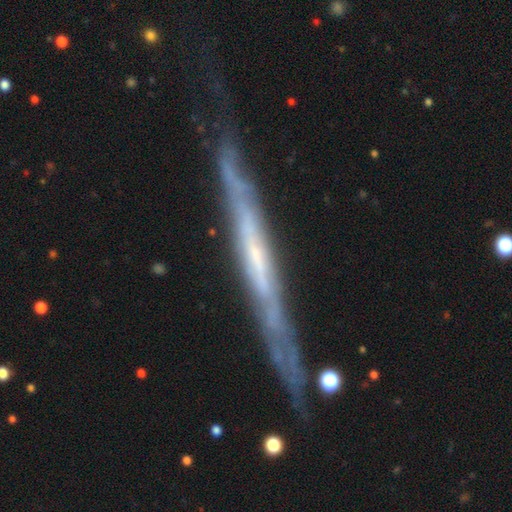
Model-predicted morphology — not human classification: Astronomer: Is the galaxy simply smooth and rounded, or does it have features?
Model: featured or disk — 78%.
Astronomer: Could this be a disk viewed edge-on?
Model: yes — 84%.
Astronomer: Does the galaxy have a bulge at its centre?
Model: none — 77%.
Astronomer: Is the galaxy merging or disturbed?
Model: none — 73%.